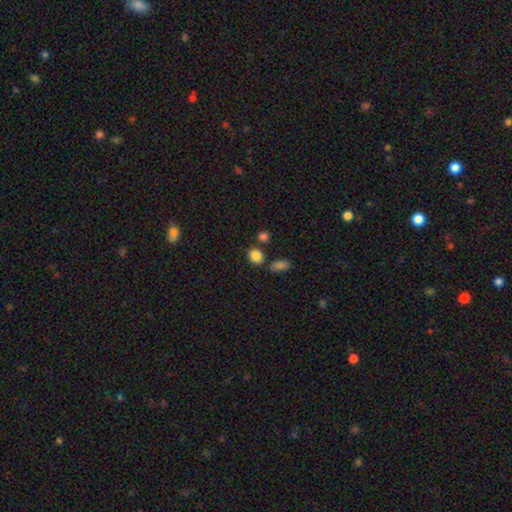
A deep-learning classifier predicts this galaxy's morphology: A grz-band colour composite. It shows a smooth galaxy with no disk features (85%) that is round (55%). Merging: none (71%).